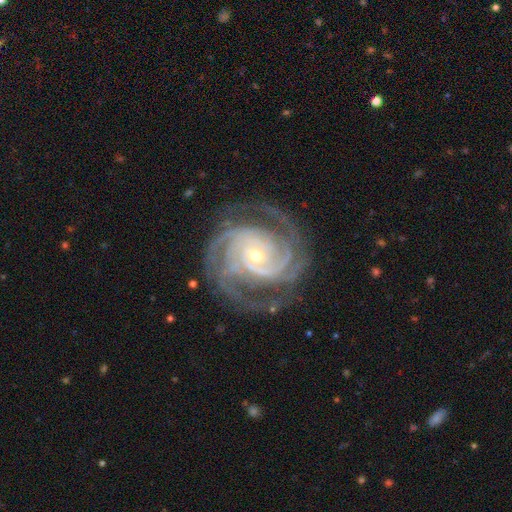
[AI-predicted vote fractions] smooth-or-featured: featured or disk: 93% | star or artifact: 4% | smooth: 3%
  disk-edge-on: no: 98% | yes: 2%
    bar: no: 61% | weak: 27% | strong: 12%
    has-spiral-arms: yes: 99% | no: 1%
      spiral-winding: tight: 70% | medium: 27% | loose: 3%
      spiral-arm-count: 3: 32% | 2: 22% | 4: 19% | can't tell: 12% | more than 4: 8% | 1: 7%
    bulge-size: small: 53% | moderate: 43% | large: 2% | none: 1% | dominant: 1%
  merging: none: 77% | minor disturbance: 15% | major disturbance: 7% | merger: 1%